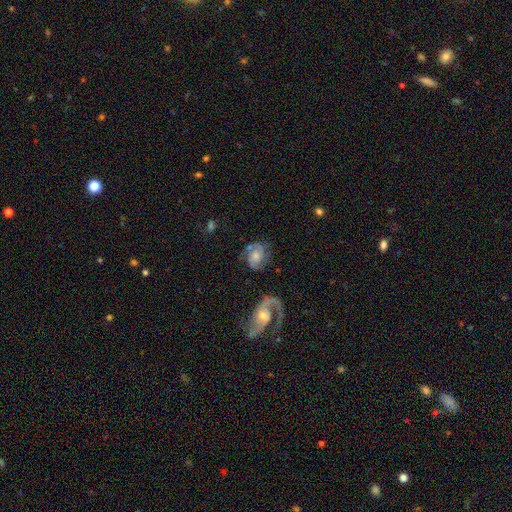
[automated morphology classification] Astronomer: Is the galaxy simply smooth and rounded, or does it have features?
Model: featured or disk — 81%.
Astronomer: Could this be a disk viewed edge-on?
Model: no — 97%.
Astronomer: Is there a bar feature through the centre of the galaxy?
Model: no — 65%.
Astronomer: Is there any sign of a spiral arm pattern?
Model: yes — 95%.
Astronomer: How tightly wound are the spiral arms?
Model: medium — 50% (runner-up: tight, 32%).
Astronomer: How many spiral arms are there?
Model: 2 — 84%.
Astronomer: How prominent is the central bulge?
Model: moderate — 51% (runner-up: small, 31%).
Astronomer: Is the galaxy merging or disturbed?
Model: none — 67%.